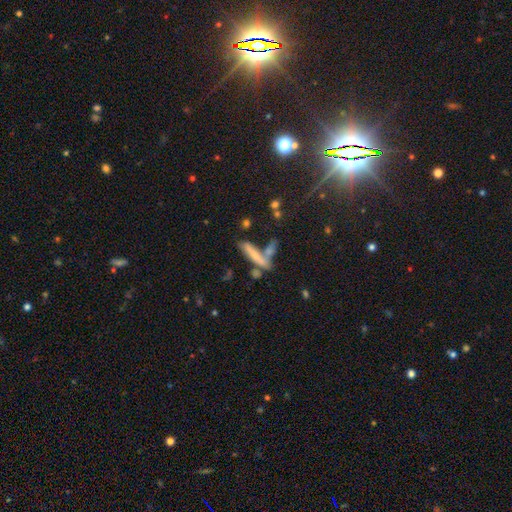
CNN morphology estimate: Smooth or featured? smooth (60%)
How rounded? cigar-shaped (85%)
Merging? none (52%)